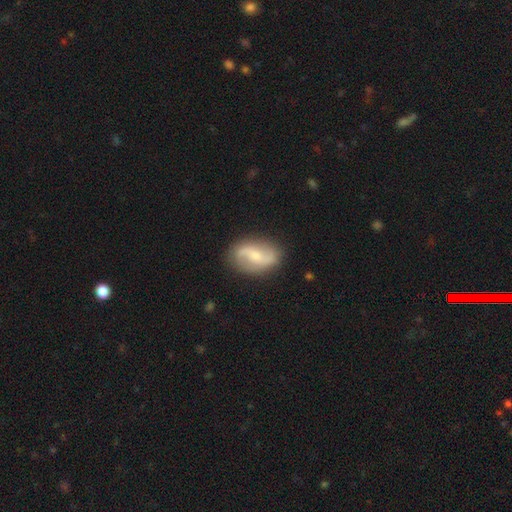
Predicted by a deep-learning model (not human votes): smooth-or-featured: featured or disk: 75% | smooth: 19% | star or artifact: 6%
  disk-edge-on: no: 97% | yes: 3%
    bar: weak: 44% | no: 34% | strong: 22%
    has-spiral-arms: yes: 92% | no: 8%
      spiral-winding: loose: 62% | medium: 28% | tight: 10%
      spiral-arm-count: 2: 91% | can't tell: 4% | 1: 2% | 3: 1% | 4: 1% | more than 4: 1%
    bulge-size: small: 52% | moderate: 39% | none: 5% | large: 3% | dominant: 1%
  merging: none: 82% | minor disturbance: 13% | major disturbance: 4% | merger: 1%